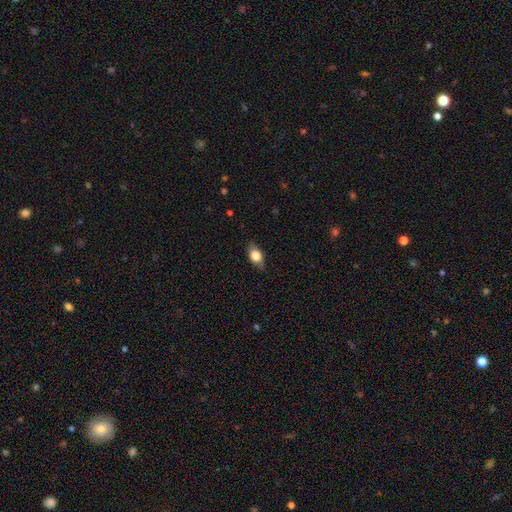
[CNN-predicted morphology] type=smooth (77%); roundness=in between (82%); merging=none (82%).